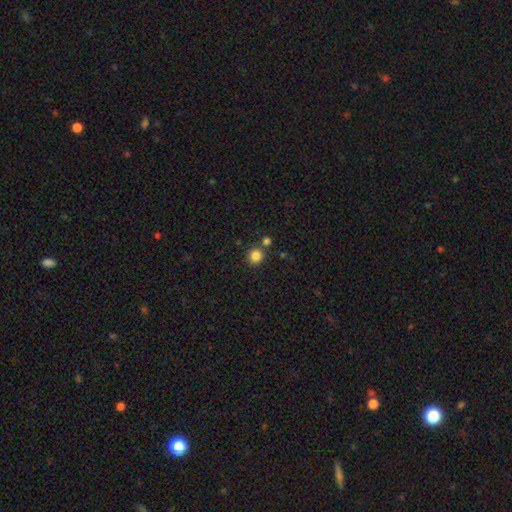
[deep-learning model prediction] smooth 84%, star or artifact 11%, featured or disk 4%. Down the decision tree: how rounded — round (91%); merging — none (78%).